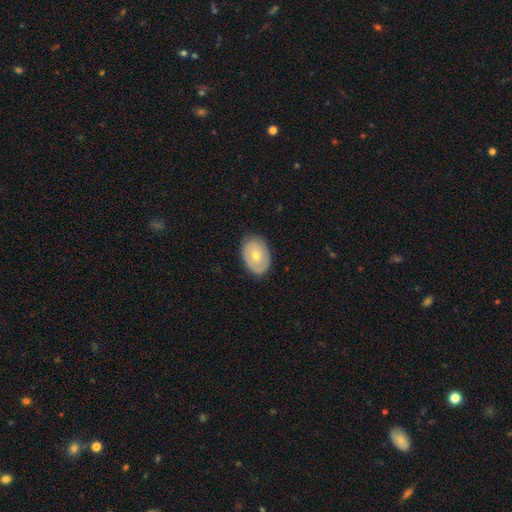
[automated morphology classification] The model was most divided on "smooth or featured": smooth: 52%, featured or disk: 42%, star or artifact: 6%. More confident: merging — none (84%); how rounded — in between (77%).